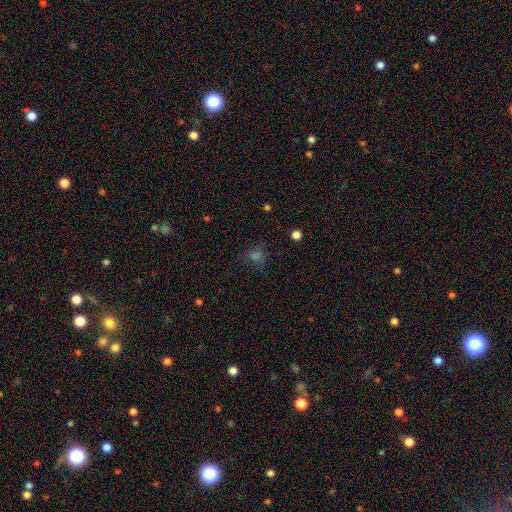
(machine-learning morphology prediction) This is possibly a smooth galaxy (54%). How rounded: likely round (64%). Merging: likely none (71%).